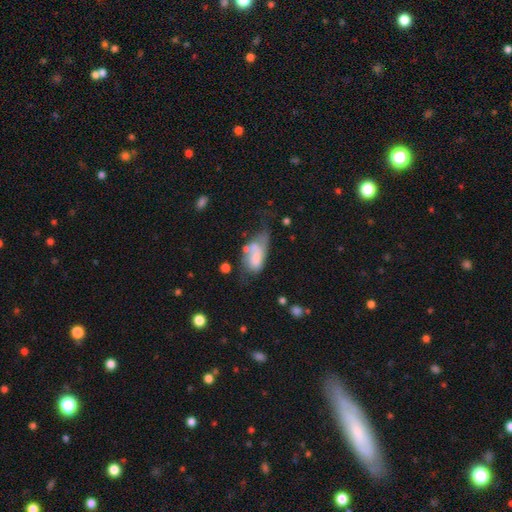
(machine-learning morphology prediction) Q: Smooth or featured?
A: smooth (52%); runner-up: featured or disk (40%)
Q: How rounded?
A: in between (89%); runner-up: round (6%)
Q: Merging?
A: major disturbance (40%); runner-up: minor disturbance (24%)